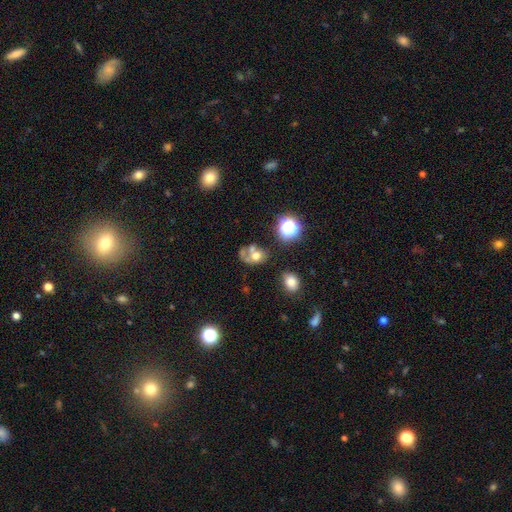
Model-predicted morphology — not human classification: type=smooth (53%); roundness=in between (53%); merging=merger (41%).